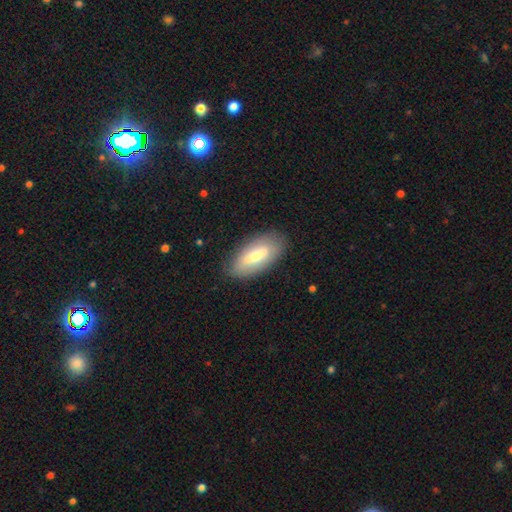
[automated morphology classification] A smooth galaxy with no disk features (55%) that is in between round and cigar-shaped (85%).

Vote fractions:
- Smooth or featured? smooth: 55% / featured or disk: 39% / star or artifact: 6%
- How rounded? in between: 85% / cigar-shaped: 13% / round: 2%
- Merging? none: 84% / minor disturbance: 12% / major disturbance: 3% / merger: 1%